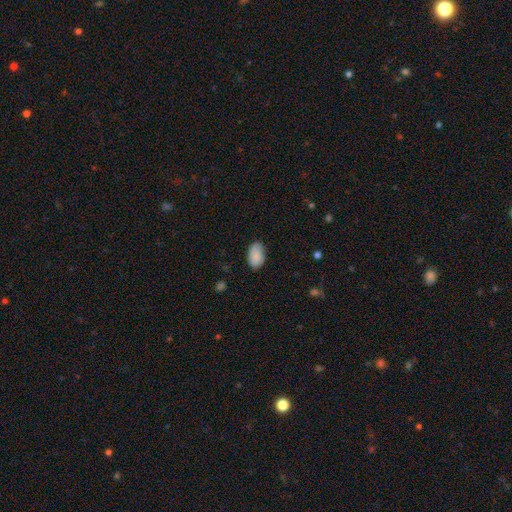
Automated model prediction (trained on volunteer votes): Smooth or featured? smooth (89%)
How rounded? in between (93%)
Merging? none (78%)